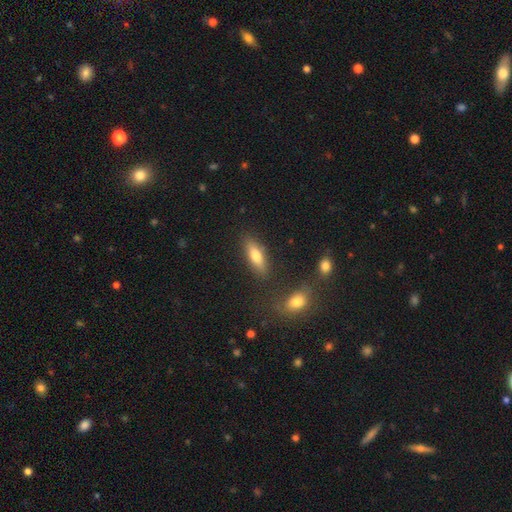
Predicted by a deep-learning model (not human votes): Smooth or featured: smooth — 72% (featured or disk — 21%)
How rounded: in between — 58% (cigar-shaped — 39%)
Merging: none — 80% (minor disturbance — 12%)